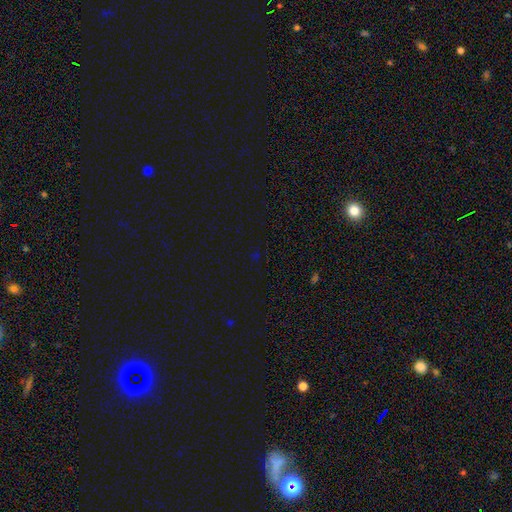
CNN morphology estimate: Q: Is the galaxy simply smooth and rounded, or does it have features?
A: star or artifact — 71%.